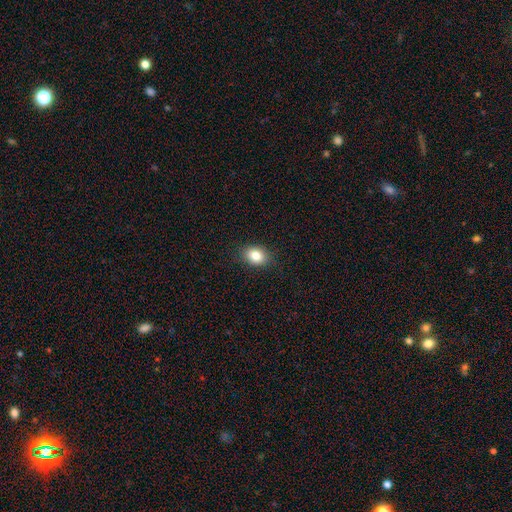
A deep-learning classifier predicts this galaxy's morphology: A smooth galaxy with no disk features (83%) that is in between round and cigar-shaped (67%). Merging: none (87%).